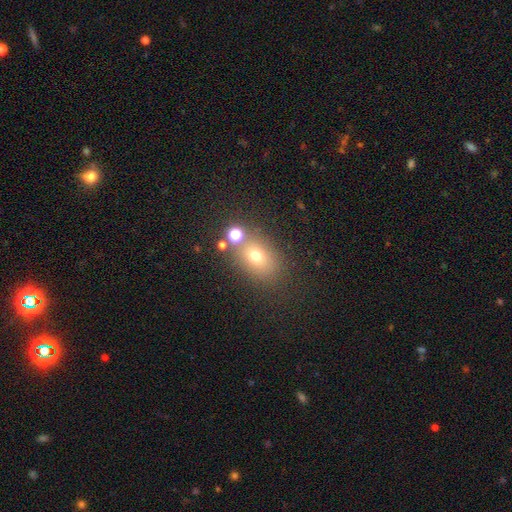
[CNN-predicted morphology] Q: Smooth or featured?
A: smooth (68%); runner-up: star or artifact (18%)
Q: How rounded?
A: in between (62%); runner-up: round (36%)
Q: Merging?
A: none (68%); runner-up: merger (14%)